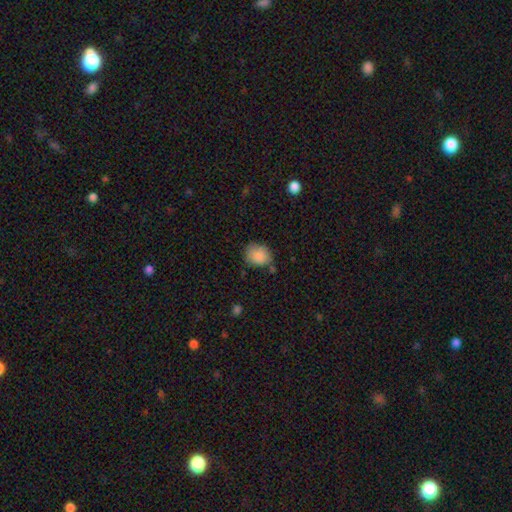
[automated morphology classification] smooth_or_featured: smooth (p=0.86) [alt: star or artifact p=0.09]
how_rounded: round (p=0.62) [alt: in between p=0.37]
merging: none (p=0.70) [alt: minor disturbance p=0.22]